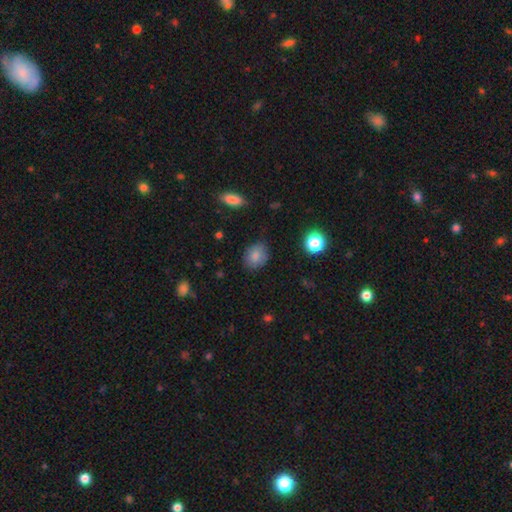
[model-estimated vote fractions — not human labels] smooth 84%, star or artifact 9%, featured or disk 7%. Down the decision tree: how rounded — in between (54%); merging — none (79%).